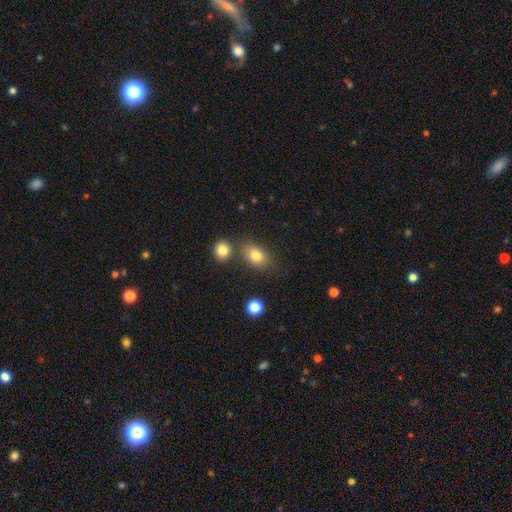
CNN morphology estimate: A smooth galaxy with no disk features (81%) that is in between round and cigar-shaped (75%). Merging: none (70%).